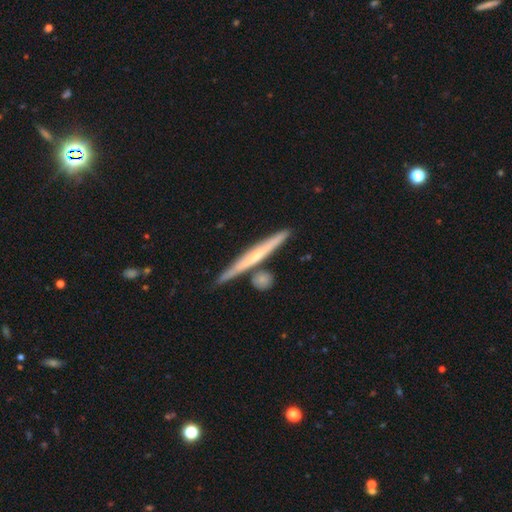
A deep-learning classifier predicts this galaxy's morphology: Smooth or featured?
  - featured or disk: 58% *
  - smooth: 37%
  - star or artifact: 5%
Edge-on disk?
  - yes: 95% *
  - no: 5%
Edge-on bulge?
  - none: 60% *
  - rounded: 33%
  - boxy: 7%
Merging?
  - none: 76% *
  - merger: 11%
  - minor disturbance: 11%
  - major disturbance: 2%